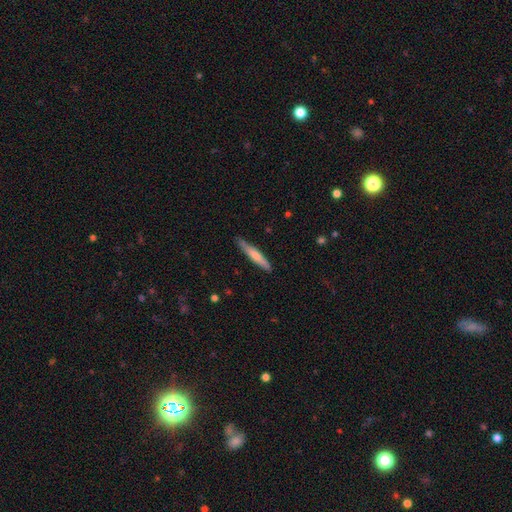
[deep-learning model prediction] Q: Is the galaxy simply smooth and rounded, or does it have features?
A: smooth — 63%.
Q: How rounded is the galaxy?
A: cigar-shaped — 93%.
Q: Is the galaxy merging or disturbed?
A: none — 83%.